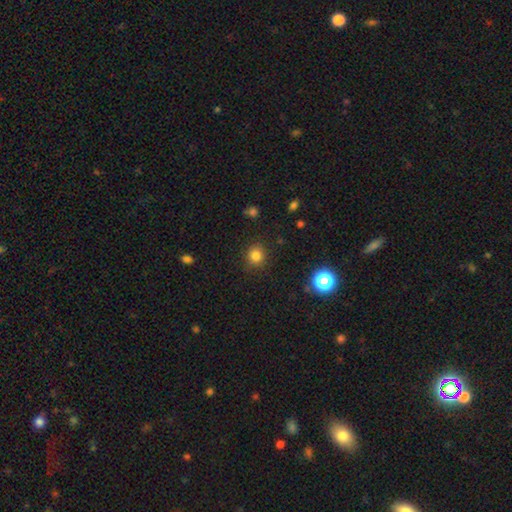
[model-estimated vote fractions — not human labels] Morphology: type=smooth (81%); roundness=round (88%); merging=none (88%).